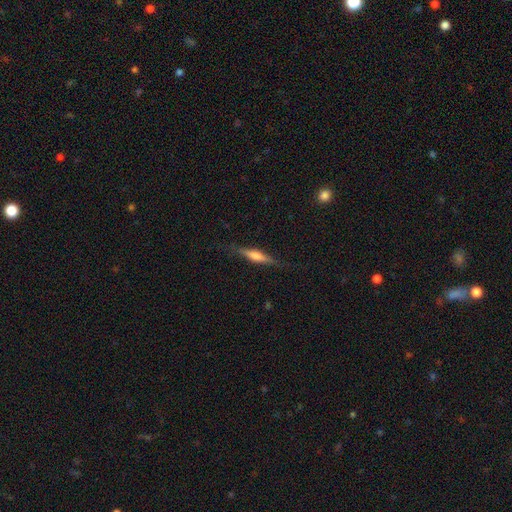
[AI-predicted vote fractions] The model was most divided on "smooth or featured": featured or disk: 50%, smooth: 43%, star or artifact: 6%. More confident: edge-on disk — yes (95%); merging — none (82%).